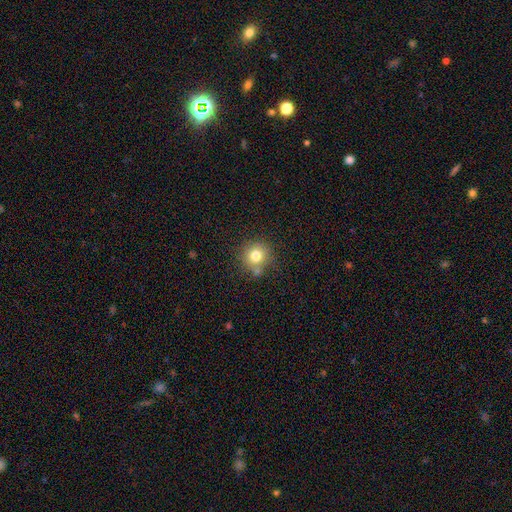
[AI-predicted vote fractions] Morphology: type=smooth (78%); roundness=round (90%); merging=none (70%).